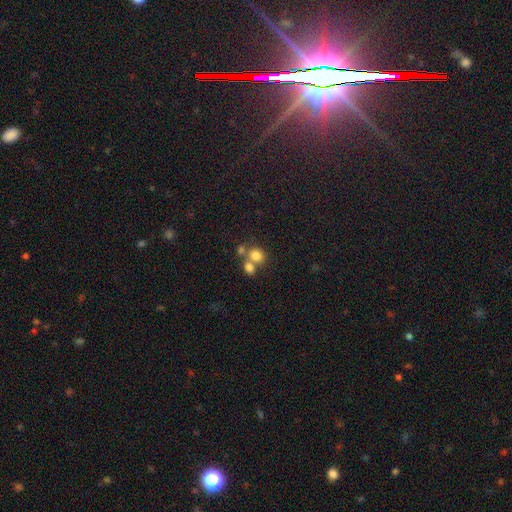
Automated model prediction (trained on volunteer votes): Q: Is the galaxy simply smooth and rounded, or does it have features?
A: smooth — 77%.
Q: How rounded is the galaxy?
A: round — 62%.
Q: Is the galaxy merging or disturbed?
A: merger — 45%.